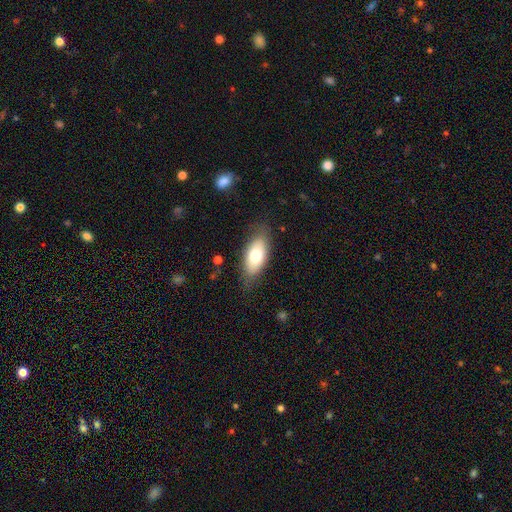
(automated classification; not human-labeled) This is likely a smooth galaxy (71%). How rounded: clearly in between (88%). Merging: likely none (80%).